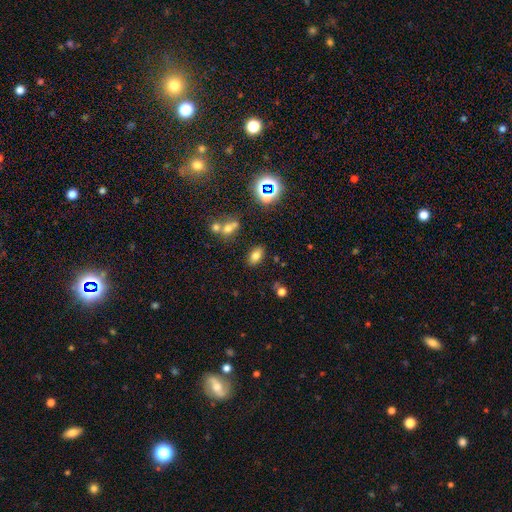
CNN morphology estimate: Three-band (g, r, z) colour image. It shows a smooth galaxy with no disk features (73%) that is in between round and cigar-shaped (87%). Merging: none (82%).